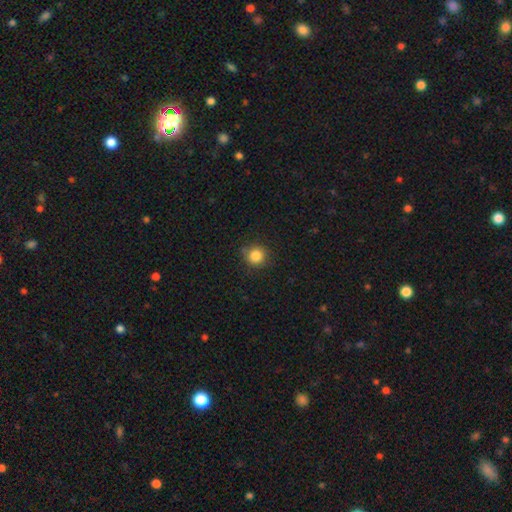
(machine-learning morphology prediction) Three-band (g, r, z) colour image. It shows a smooth galaxy with no disk features (84%) that is round (93%). Merging: none (85%).